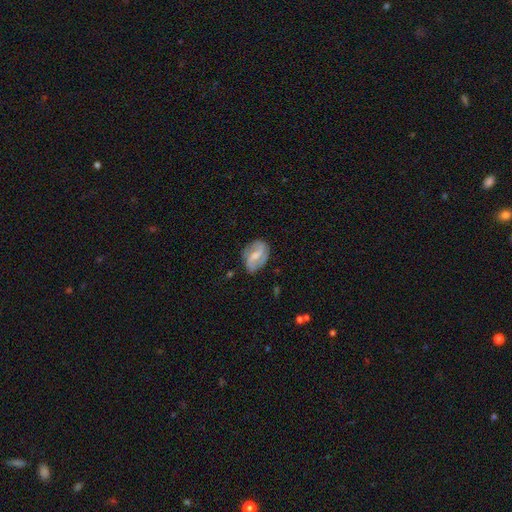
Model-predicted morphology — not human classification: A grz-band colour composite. It shows a featured or disk galaxy (68%) with a weak bar (48%), 2 (79%) medium (42%) spiral arms (85%) and a moderate central bulge (42%). Merging: none (68%).